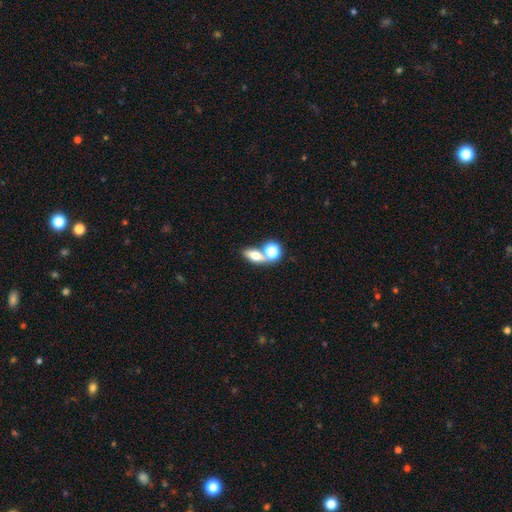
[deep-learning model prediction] A smooth galaxy with no disk features (66%) that is in between round and cigar-shaped (67%). Merging: none (46%).